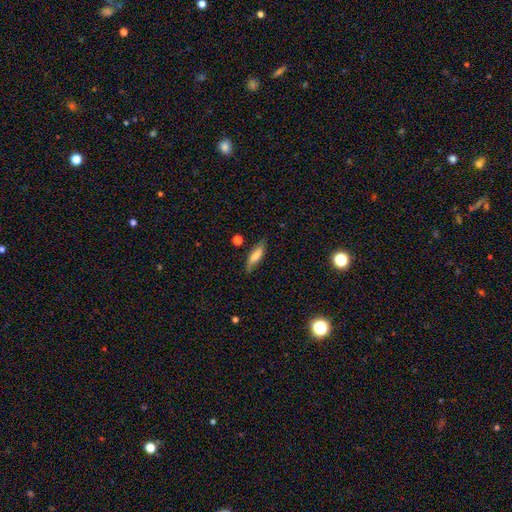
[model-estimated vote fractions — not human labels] Smooth or featured: smooth — 72% (featured or disk — 21%)
How rounded: cigar-shaped — 54% (in between — 43%)
Merging: none — 74% (minor disturbance — 20%)